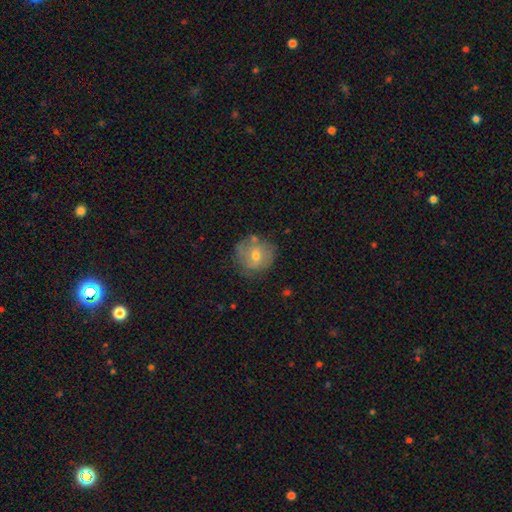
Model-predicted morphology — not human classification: Overall: smooth (54%; featured or disk 36%). How rounded: round (87%). Merging: none (69%).